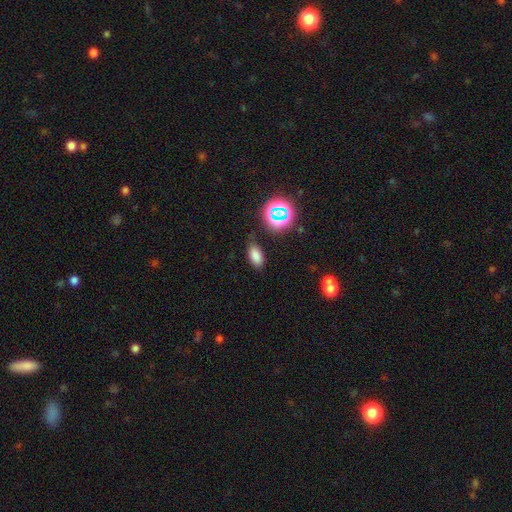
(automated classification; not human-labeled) The model was most divided on "smooth or featured": smooth: 76%, star or artifact: 18%, featured or disk: 6%. More confident: how rounded — in between (90%); merging — none (79%).